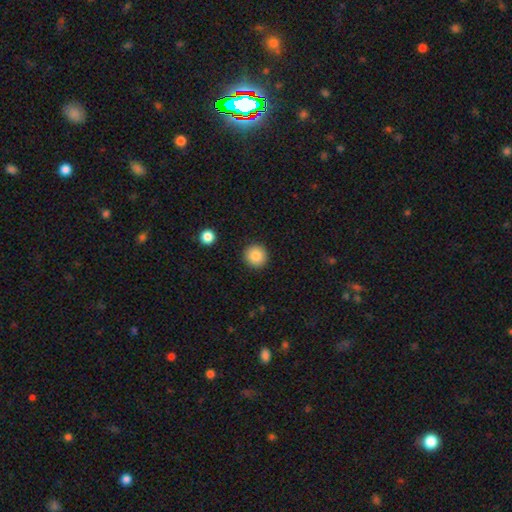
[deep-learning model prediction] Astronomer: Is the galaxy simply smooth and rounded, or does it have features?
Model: smooth — 87%.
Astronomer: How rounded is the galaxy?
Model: round — 94%.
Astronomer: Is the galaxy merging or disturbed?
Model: none — 92%.